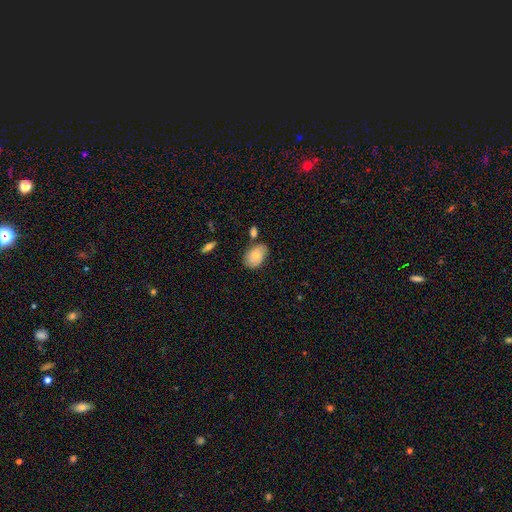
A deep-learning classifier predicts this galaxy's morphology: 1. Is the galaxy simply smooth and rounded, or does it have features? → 68% smooth, 25% featured or disk, 8% star or artifact.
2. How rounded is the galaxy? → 85% in between, 14% round, 1% cigar-shaped.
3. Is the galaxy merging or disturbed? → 63% none, 24% minor disturbance, 8% merger, 5% major disturbance.